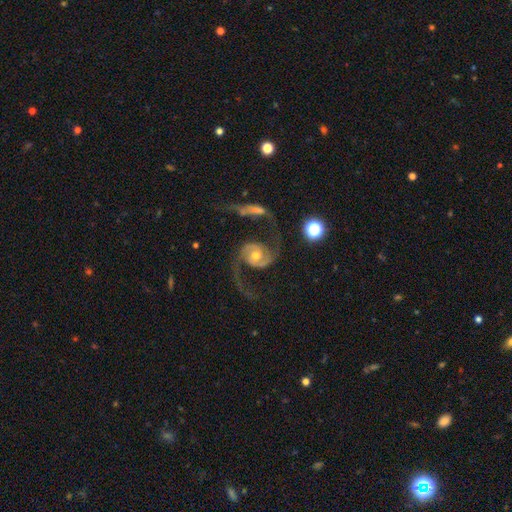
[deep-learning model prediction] featured or disk 91%, star or artifact 5%, smooth 4%. Down the decision tree: edge-on disk — no (98%); bar — no (65%); spiral arms — yes (98%); spiral arm count — 2 (93%); spiral winding — loose (51%); bulge size — moderate (63%); merging — none (54%).